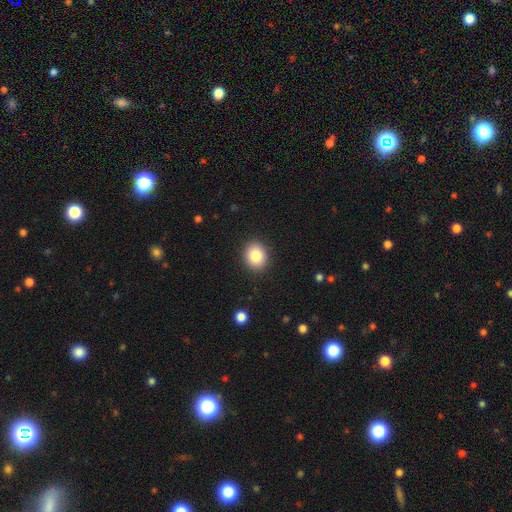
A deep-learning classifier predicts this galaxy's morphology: smooth 83%, star or artifact 9%, featured or disk 8%. Down the decision tree: how rounded — round (65%); merging — none (90%).